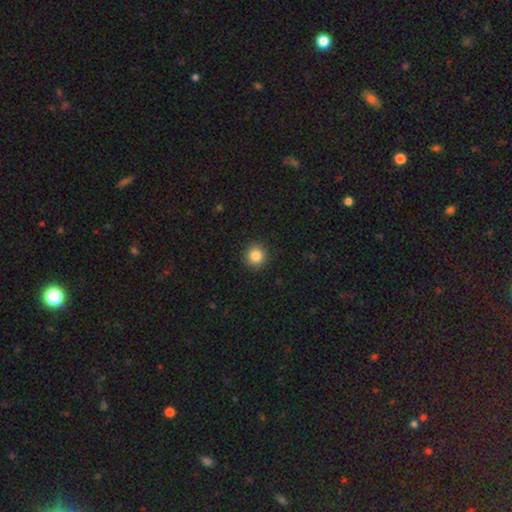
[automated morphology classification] smooth_or_featured: smooth (p=0.85) [alt: star or artifact p=0.10]
how_rounded: round (p=0.94) [alt: in between p=0.05]
merging: none (p=0.92) [alt: minor disturbance p=0.06]